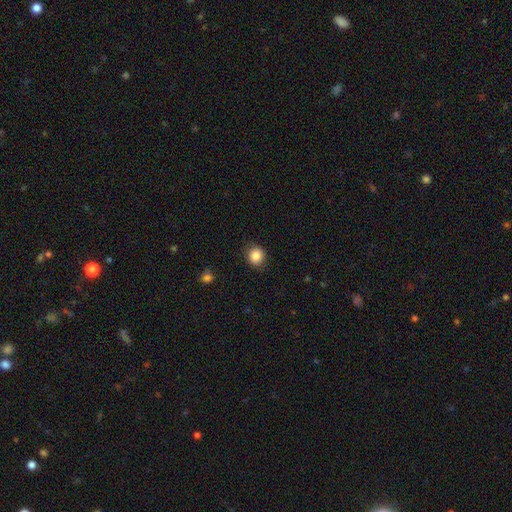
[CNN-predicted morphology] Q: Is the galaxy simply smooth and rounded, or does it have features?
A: smooth — 86%.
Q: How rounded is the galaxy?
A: round — 85%.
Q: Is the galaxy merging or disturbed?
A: none — 86%.